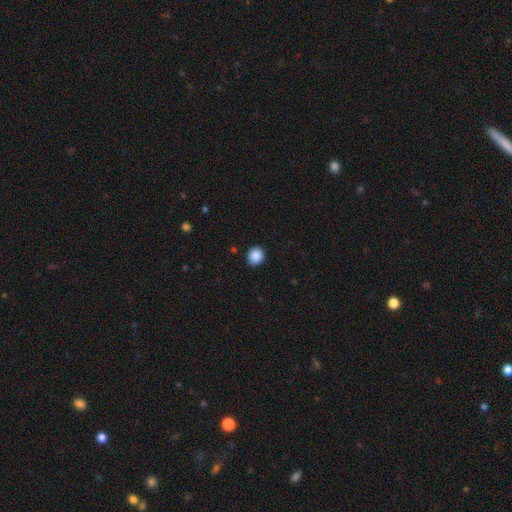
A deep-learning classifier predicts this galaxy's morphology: The model was most divided on "how rounded": round: 88%, in between: 12%, cigar-shaped: 1%. More confident: merging — none (91%); smooth or featured — smooth (88%).